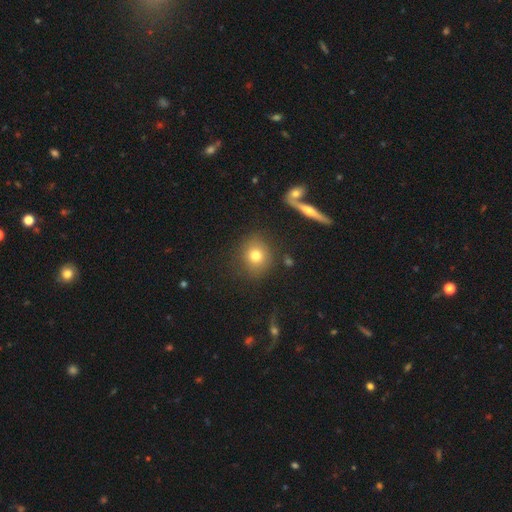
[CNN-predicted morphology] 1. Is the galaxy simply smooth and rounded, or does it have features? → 76% smooth, 12% featured or disk, 12% star or artifact.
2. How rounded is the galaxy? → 83% round, 15% in between, 2% cigar-shaped.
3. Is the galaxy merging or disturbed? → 84% none, 9% minor disturbance, 4% merger, 3% major disturbance.